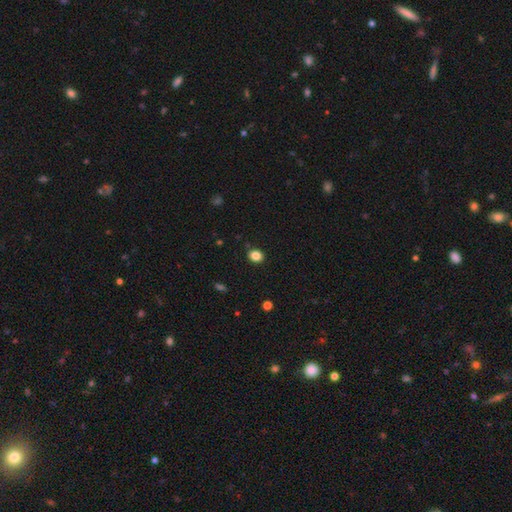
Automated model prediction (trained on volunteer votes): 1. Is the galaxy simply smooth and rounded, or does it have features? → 85% smooth, 11% star or artifact, 4% featured or disk.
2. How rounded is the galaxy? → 65% round, 34% in between, 1% cigar-shaped.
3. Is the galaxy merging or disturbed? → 89% none, 8% minor disturbance, 2% major disturbance, 2% merger.